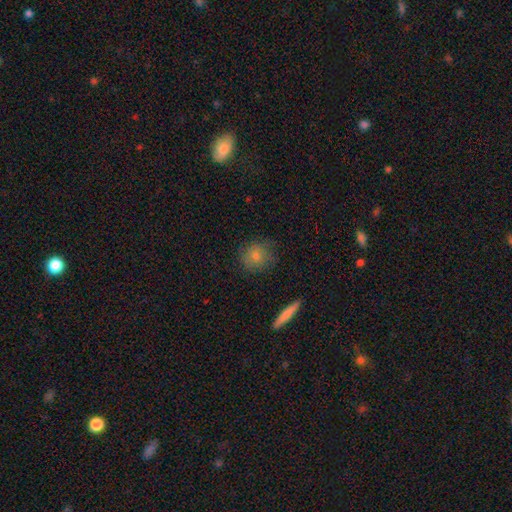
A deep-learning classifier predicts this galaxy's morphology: Smooth or featured? Predicted: smooth (p=0.80). How rounded? Predicted: round (p=0.83). Merging? Predicted: none (p=0.77).